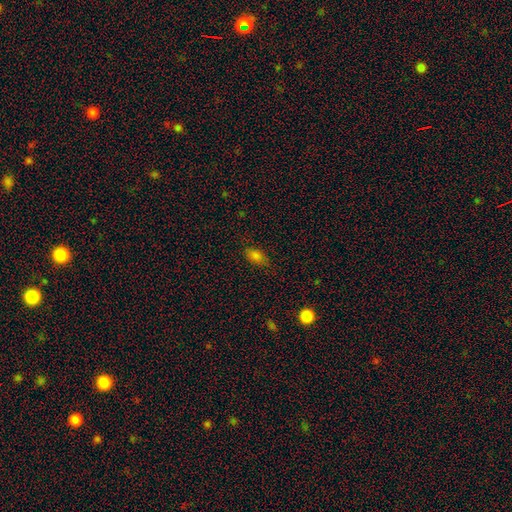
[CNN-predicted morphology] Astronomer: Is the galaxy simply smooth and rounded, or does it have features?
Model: smooth — 79%.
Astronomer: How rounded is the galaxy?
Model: in between — 87%.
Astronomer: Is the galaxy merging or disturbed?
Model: none — 78%.